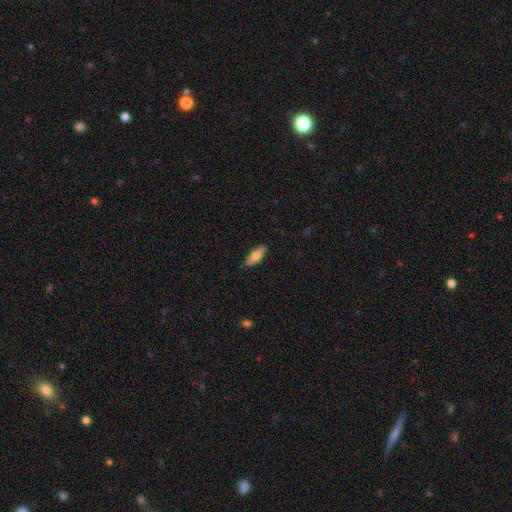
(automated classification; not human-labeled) Smooth or featured?
  - smooth: 72% *
  - featured or disk: 22%
  - star or artifact: 6%
How rounded?
  - in between: 69% *
  - cigar-shaped: 29%
  - round: 2%
Merging?
  - none: 86% *
  - minor disturbance: 11%
  - major disturbance: 2%
  - merger: 1%